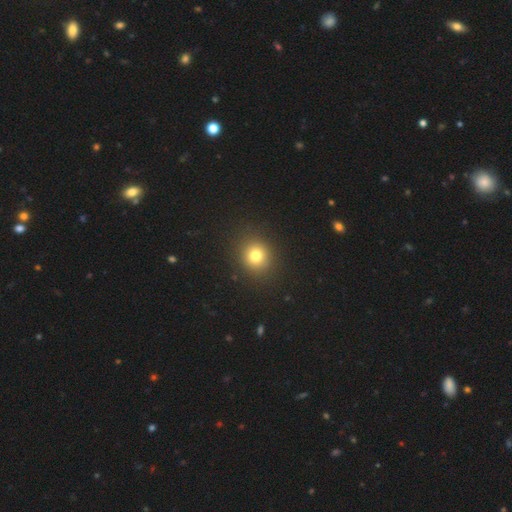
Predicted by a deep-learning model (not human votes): The model was most divided on "smooth or featured": smooth: 78%, star or artifact: 15%, featured or disk: 8%. More confident: merging — none (89%); how rounded — round (86%).